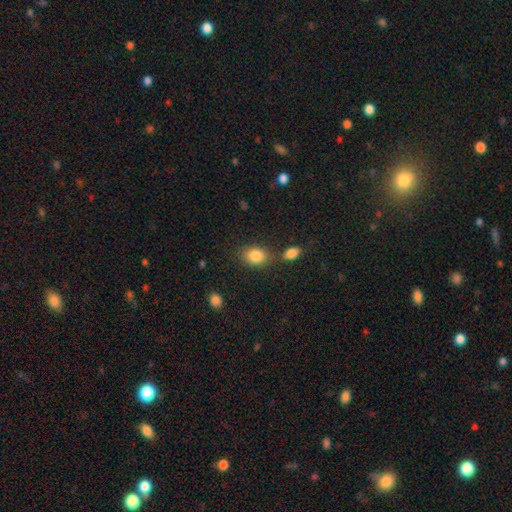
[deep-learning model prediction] smooth-or-featured: smooth: 85% | star or artifact: 9% | featured or disk: 6%
  how-rounded: in between: 70% | round: 29% | cigar-shaped: 1%
  merging: none: 69% | minor disturbance: 14% | merger: 13% | major disturbance: 4%